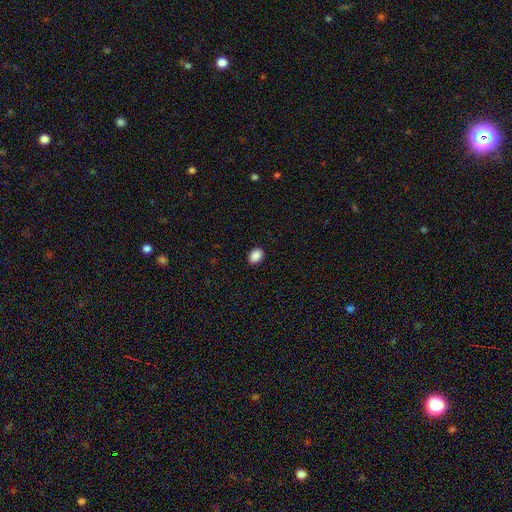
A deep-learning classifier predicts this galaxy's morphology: The model was most divided on "how rounded": in between: 67%, round: 32%, cigar-shaped: 1%. More confident: merging — none (90%); smooth or featured — smooth (89%).